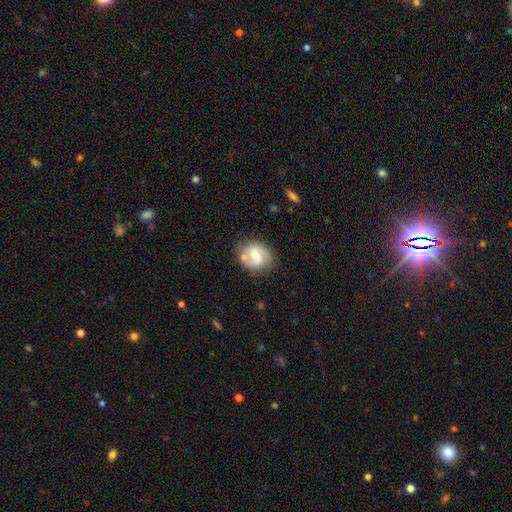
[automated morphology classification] A featured or disk galaxy (53%) with a weak bar (51%), spiral arms (79%) and a moderate central bulge (42%). Merging: none (65%).